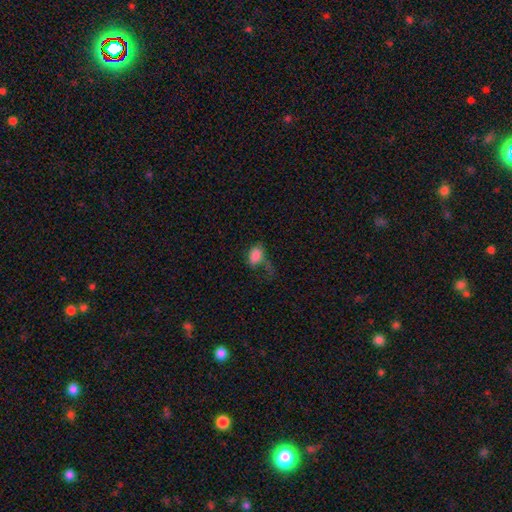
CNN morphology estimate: A smooth galaxy with no disk features (79%) that is in between round and cigar-shaped (88%).

Vote fractions:
- Smooth or featured? smooth: 79% / featured or disk: 10% / star or artifact: 10%
- How rounded? in between: 88% / round: 10% / cigar-shaped: 2%
- Merging? major disturbance: 41% / none: 28% / minor disturbance: 23% / merger: 8%